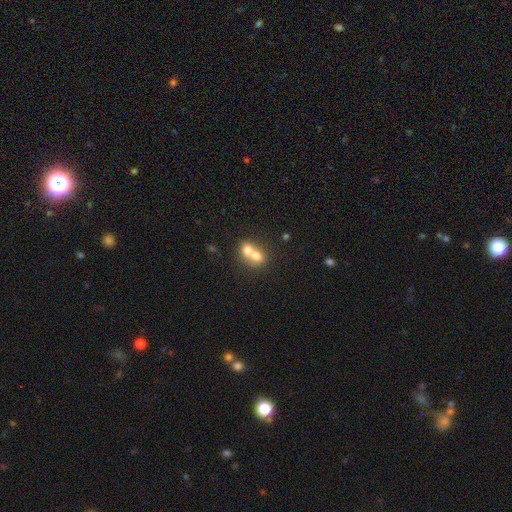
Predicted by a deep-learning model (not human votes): Q: Smooth or featured?
A: smooth (69%); runner-up: featured or disk (21%)
Q: How rounded?
A: round (60%); runner-up: in between (39%)
Q: Merging?
A: merger (75%); runner-up: none (19%)